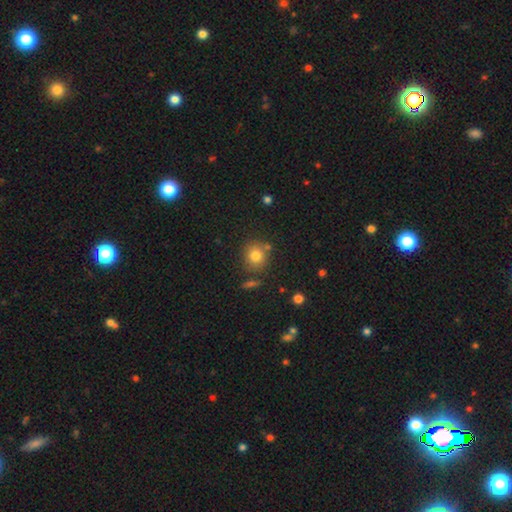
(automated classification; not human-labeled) smooth-or-featured: smooth: 79% | star or artifact: 12% | featured or disk: 9%
  how-rounded: round: 87% | in between: 12% | cigar-shaped: 1%
  merging: none: 78% | minor disturbance: 11% | merger: 8% | major disturbance: 3%